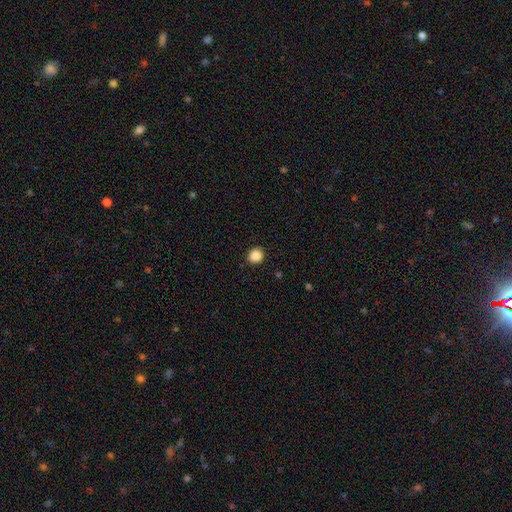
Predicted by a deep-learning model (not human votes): Morphology: type=smooth (88%); roundness=round (87%); merging=none (91%).